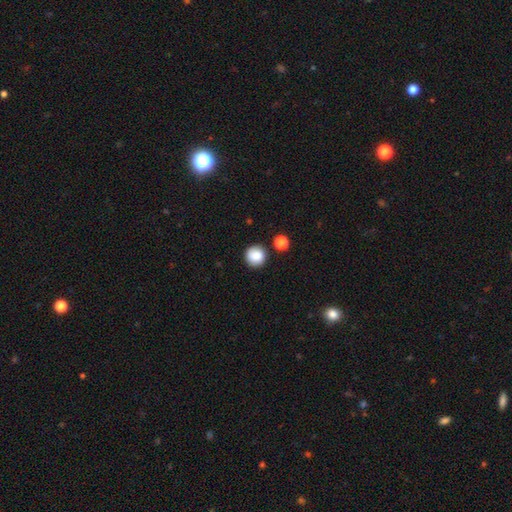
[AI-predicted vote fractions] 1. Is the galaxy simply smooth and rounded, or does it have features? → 86% smooth, 9% star or artifact, 5% featured or disk.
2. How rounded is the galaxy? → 94% round, 5% in between, 1% cigar-shaped.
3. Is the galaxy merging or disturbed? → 86% none, 7% minor disturbance, 4% merger, 2% major disturbance.